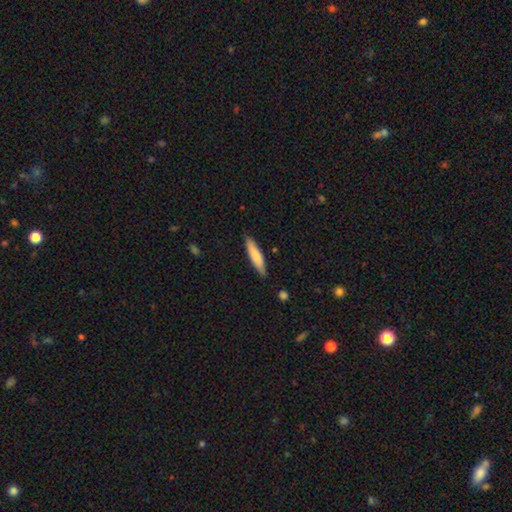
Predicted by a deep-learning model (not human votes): Overall: smooth (73%). How rounded: cigar-shaped (78%). Merging: none (84%).